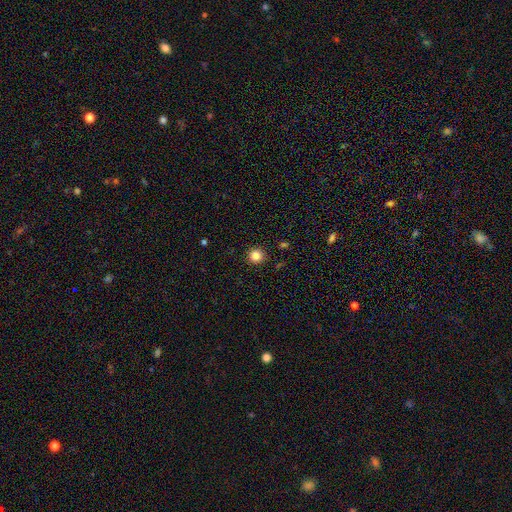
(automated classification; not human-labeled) Smooth or featured?
  - smooth: 84% *
  - star or artifact: 11%
  - featured or disk: 5%
How rounded?
  - round: 94% *
  - in between: 5%
  - cigar-shaped: 1%
Merging?
  - none: 92% *
  - minor disturbance: 5%
  - major disturbance: 2%
  - merger: 1%